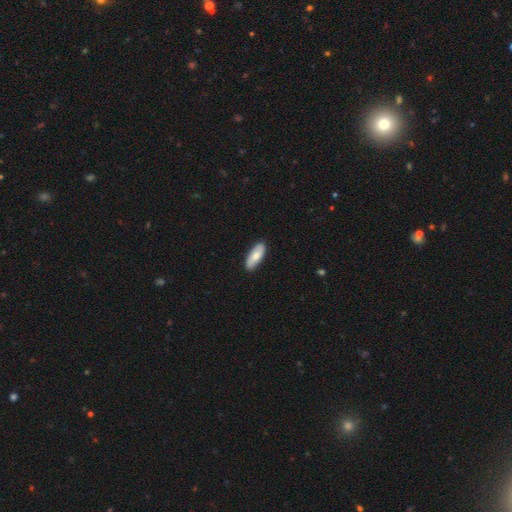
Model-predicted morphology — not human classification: This appears to be a smooth galaxy with no disk features (68%) that is in between round and cigar-shaped (73%). Merging: none (88%).